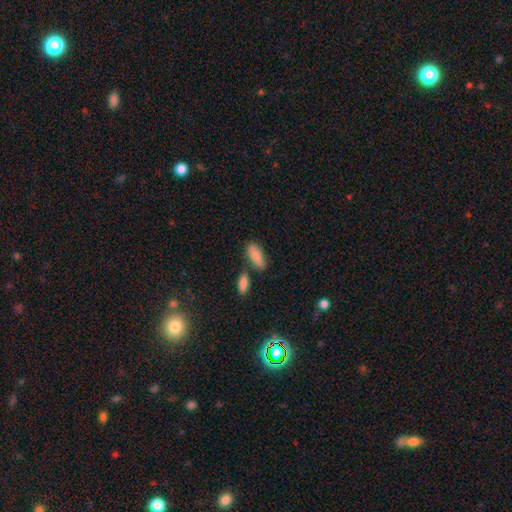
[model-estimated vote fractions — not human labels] Smooth or featured?
  - smooth: 85% *
  - featured or disk: 8%
  - star or artifact: 6%
How rounded?
  - in between: 86% *
  - cigar-shaped: 12%
  - round: 3%
Merging?
  - none: 62% *
  - merger: 18%
  - minor disturbance: 16%
  - major disturbance: 4%